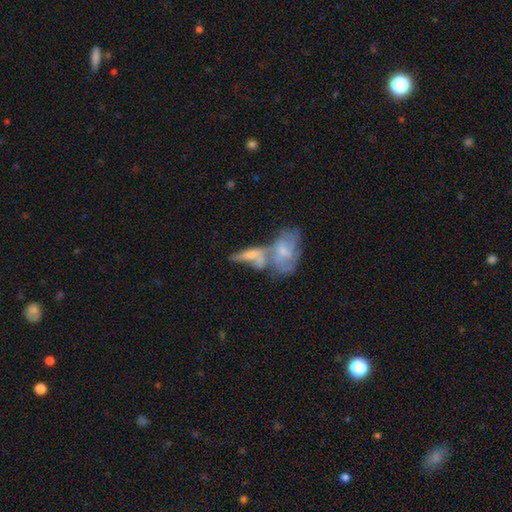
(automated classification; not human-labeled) smooth_or_featured: featured or disk (p=0.62) [alt: smooth p=0.30]
disk_edge_on: no (p=0.78) [alt: yes p=0.22]
merging: merger (p=0.57) [alt: none p=0.25]